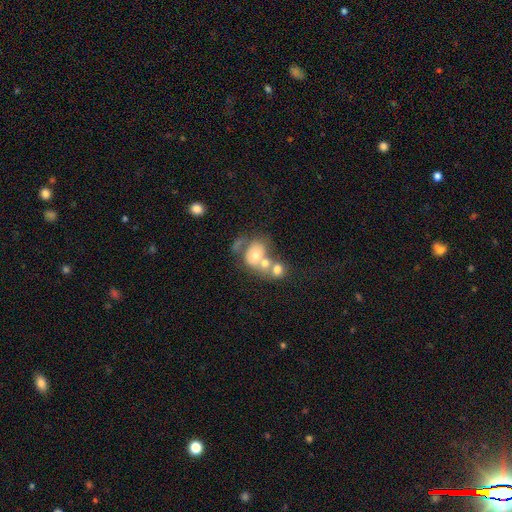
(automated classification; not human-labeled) smooth 52%, featured or disk 36%, star or artifact 11%. Down the decision tree: how rounded — in between (51%); merging — merger (61%).